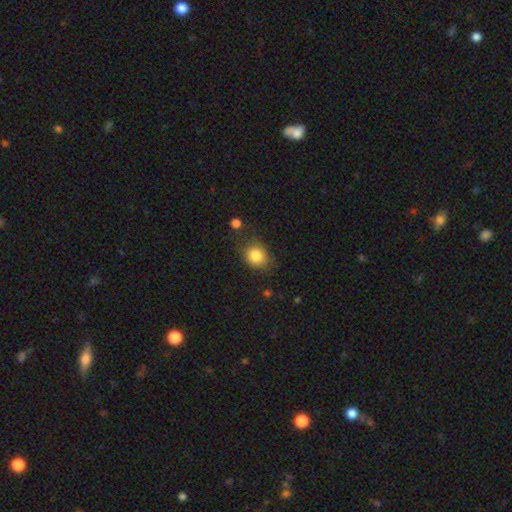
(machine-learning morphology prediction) A smooth galaxy with no disk features (83%) that is round (65%).

Vote fractions:
- Smooth or featured? smooth: 83% / star or artifact: 10% / featured or disk: 7%
- How rounded? round: 65% / in between: 34% / cigar-shaped: 1%
- Merging? none: 72% / minor disturbance: 18% / major disturbance: 6% / merger: 4%